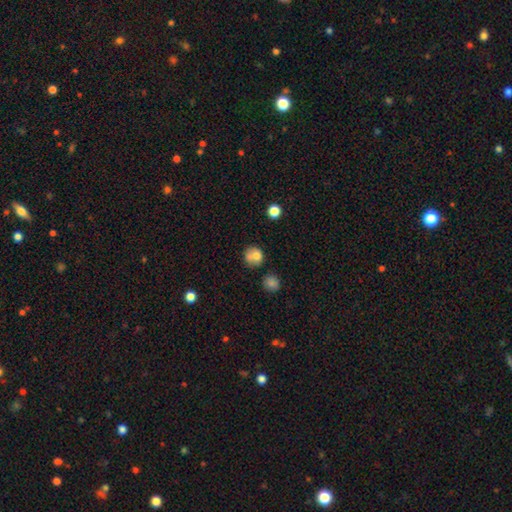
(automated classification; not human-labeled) Q: Smooth or featured?
A: smooth (75%); runner-up: featured or disk (14%)
Q: How rounded?
A: round (78%); runner-up: in between (21%)
Q: Merging?
A: none (49%); runner-up: merger (24%)